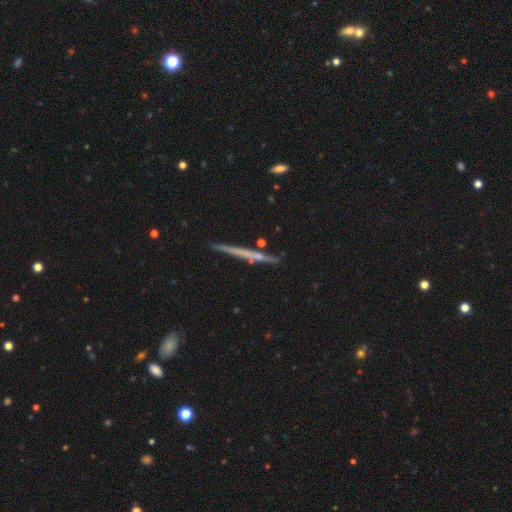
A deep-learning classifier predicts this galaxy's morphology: The model was most divided on "smooth or featured": featured or disk: 57%, smooth: 36%, star or artifact: 7%. More confident: edge-on disk — yes (96%); edge-on bulge — none (85%); merging — none (85%).